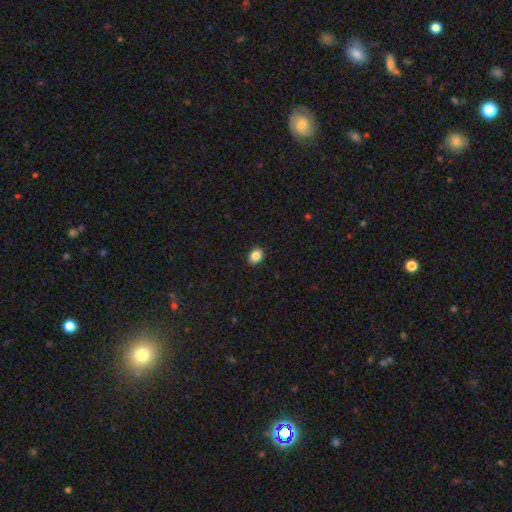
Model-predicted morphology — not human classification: smooth-or-featured: smooth: 87% | star or artifact: 9% | featured or disk: 4%
  how-rounded: in between: 68% | round: 31% | cigar-shaped: 1%
  merging: none: 91% | minor disturbance: 7% | major disturbance: 2% | merger: 1%